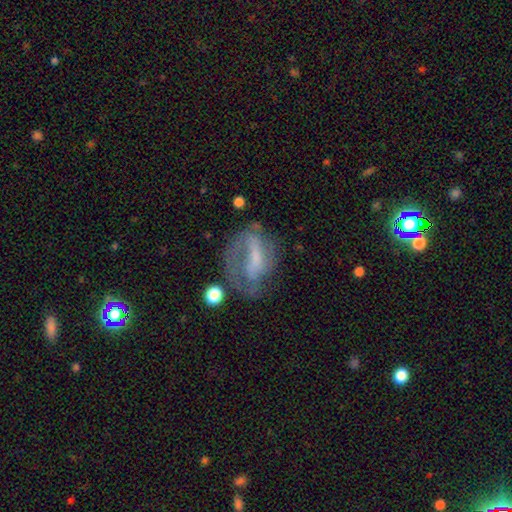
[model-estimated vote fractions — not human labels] A featured or disk galaxy (61%) with a weak bar (37%), spiral arms (62%) and no central bulge (39%). Merging: none (39%).